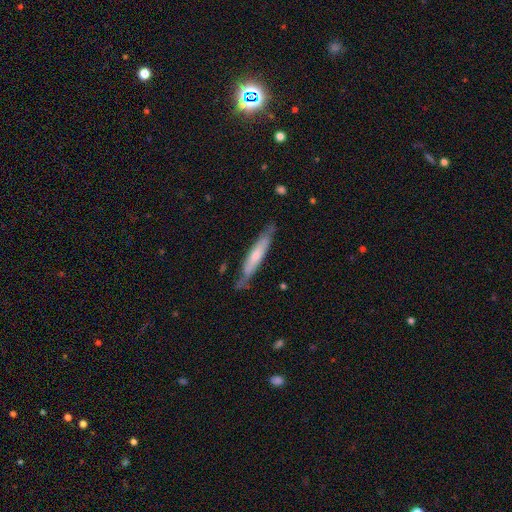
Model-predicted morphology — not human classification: Smooth or featured? smooth (49%)
Merging? none (76%)